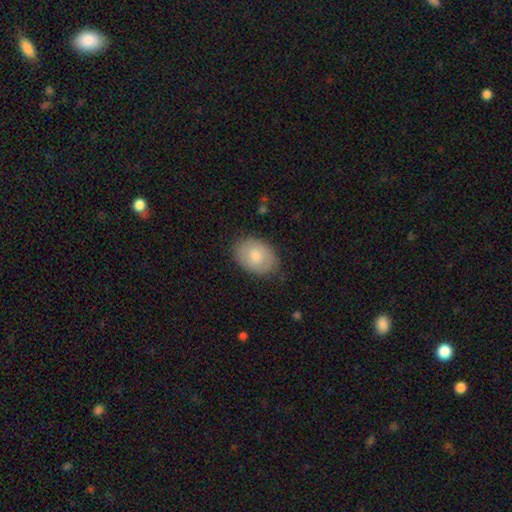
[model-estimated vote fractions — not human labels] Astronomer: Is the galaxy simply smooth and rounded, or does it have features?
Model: smooth — 70%.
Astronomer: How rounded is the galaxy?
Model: in between — 77%.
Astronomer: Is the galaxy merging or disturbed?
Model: none — 79%.